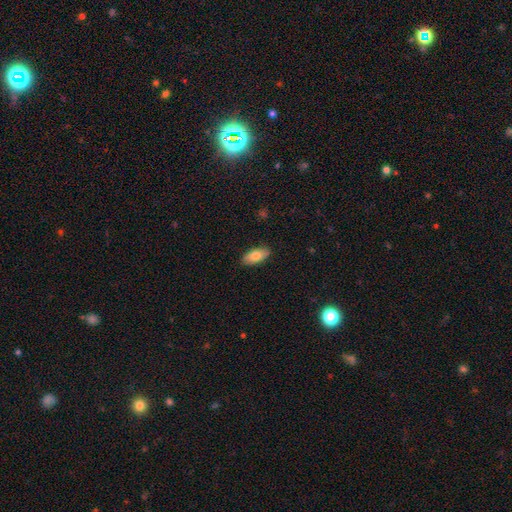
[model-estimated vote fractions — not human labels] smooth 81%, featured or disk 13%, star or artifact 6%. Down the decision tree: how rounded — in between (90%); merging — none (87%).